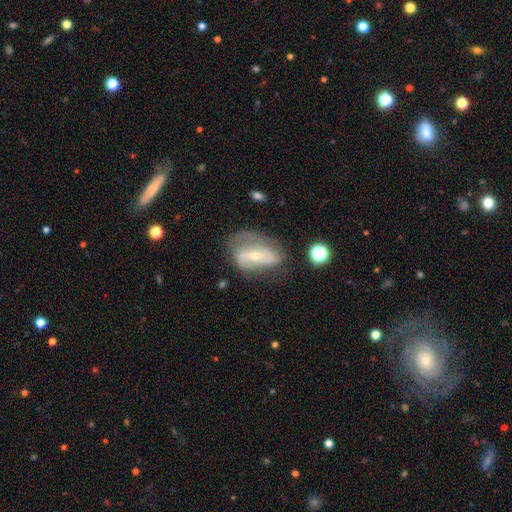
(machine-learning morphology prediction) Smooth or featured: featured or disk — 75% (smooth — 18%)
Edge-on disk: no — 94% (yes — 6%)
Bar: strong — 37% (weak — 32%)
Spiral arms: yes — 83% (no — 17%)
Spiral winding: medium — 40% (loose — 37%)
Spiral arm count: 2 — 65% (can't tell — 17%)
Bulge size: small — 64% (moderate — 31%)
Merging: none — 48% (minor disturbance — 26%)